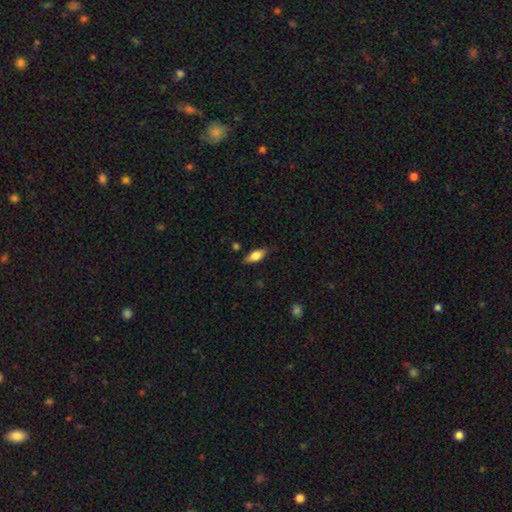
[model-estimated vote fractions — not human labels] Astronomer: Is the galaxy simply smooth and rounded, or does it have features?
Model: smooth — 71%.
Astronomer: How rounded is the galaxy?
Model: in between — 79%.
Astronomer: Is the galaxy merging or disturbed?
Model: none — 80%.